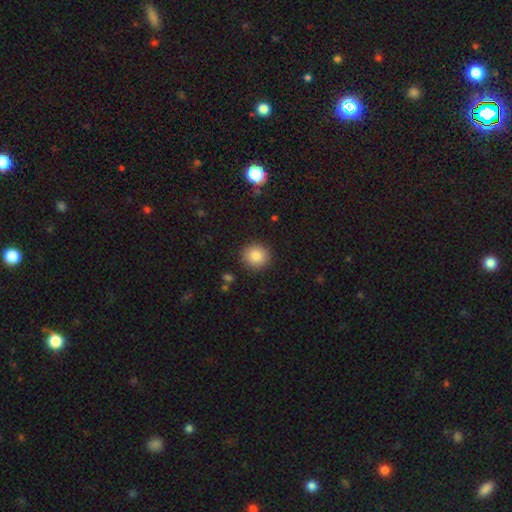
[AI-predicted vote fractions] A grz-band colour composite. It shows a smooth galaxy with no disk features (86%) that is round (89%). Merging: none (90%).